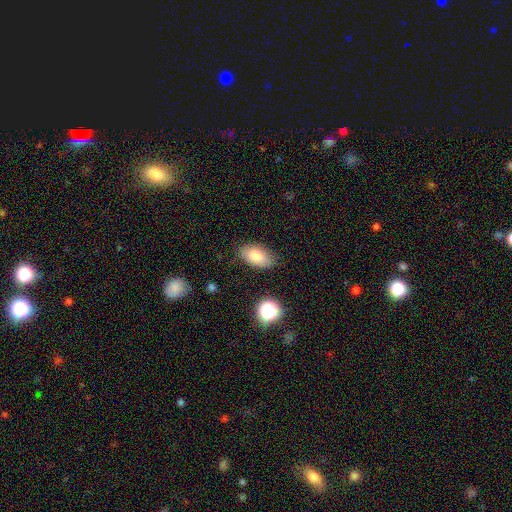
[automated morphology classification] Smooth or featured? smooth (82%)
How rounded? in between (93%)
Merging? none (80%)